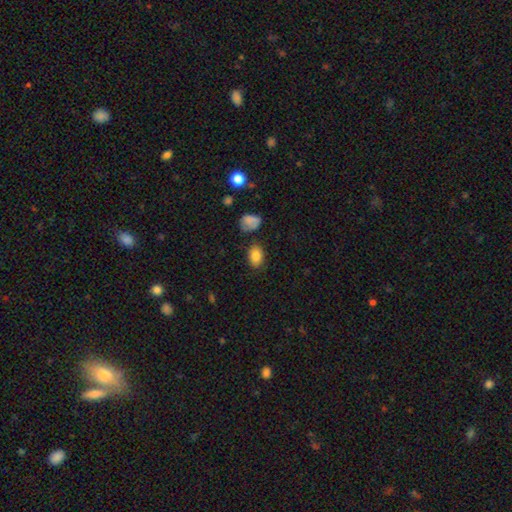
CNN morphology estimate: Q: Smooth or featured?
A: smooth (84%); runner-up: star or artifact (9%)
Q: How rounded?
A: in between (85%); runner-up: round (14%)
Q: Merging?
A: none (79%); runner-up: minor disturbance (14%)